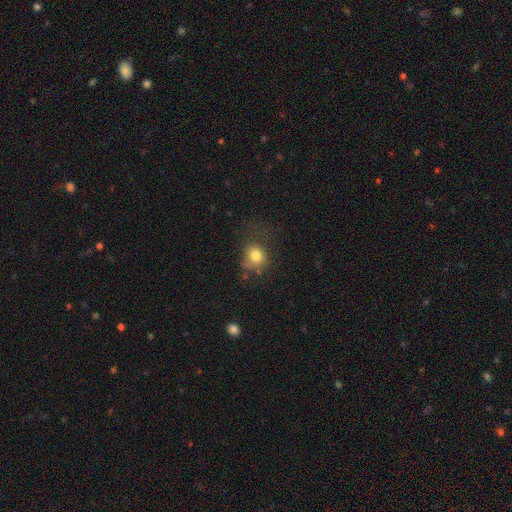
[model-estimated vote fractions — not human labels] smooth_or_featured: smooth (p=0.78) [alt: star or artifact p=0.11]
how_rounded: round (p=0.67) [alt: in between p=0.32]
merging: none (p=0.50) [alt: minor disturbance p=0.26]